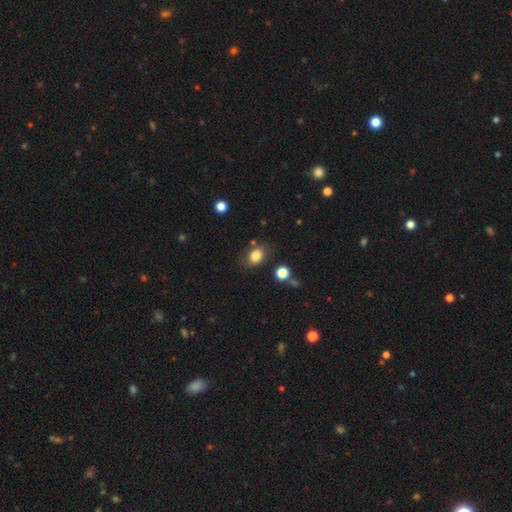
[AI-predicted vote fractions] This is clearly a smooth galaxy (82%). How rounded: likely in between (67%). Merging: likely none (75%).